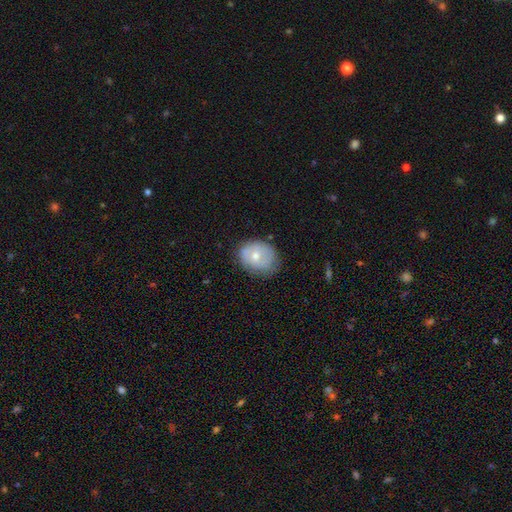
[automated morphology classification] Smooth or featured? Predicted: smooth (p=0.56). How rounded? Predicted: round (p=0.53). Merging? Predicted: none (p=0.64).